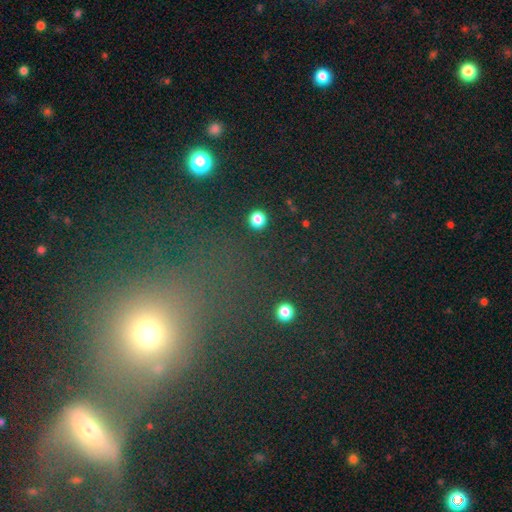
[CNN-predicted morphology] The model was most divided on "smooth or featured": smooth: 47%, star or artifact: 40%, featured or disk: 13%. More confident: merging — none (55%).